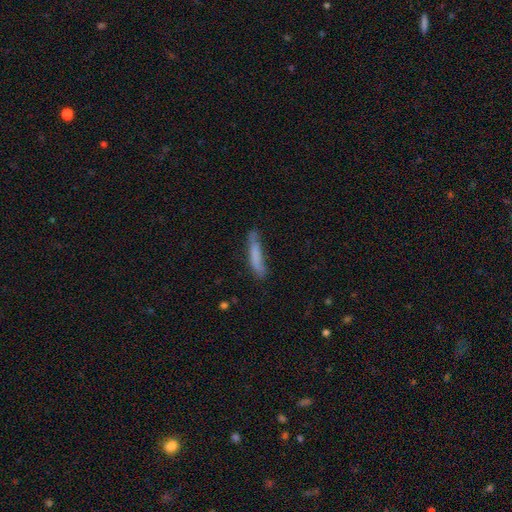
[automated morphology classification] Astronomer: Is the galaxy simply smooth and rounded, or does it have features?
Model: smooth — 74%.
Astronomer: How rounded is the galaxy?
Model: cigar-shaped — 88%.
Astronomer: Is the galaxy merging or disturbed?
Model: none — 63%.